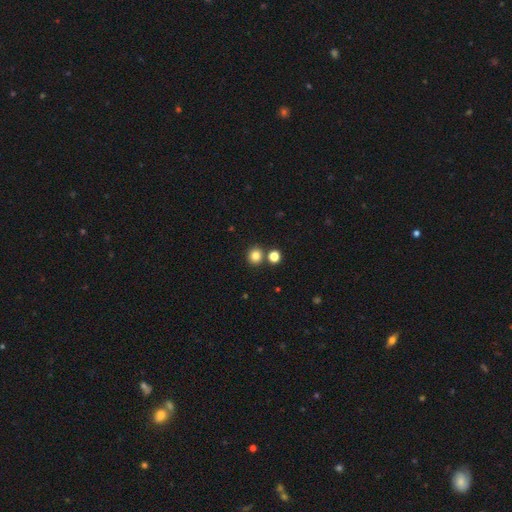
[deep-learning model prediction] The model was most divided on "merging": none: 78%, merger: 13%, minor disturbance: 7%, major disturbance: 2%. More confident: how rounded — round (87%); smooth or featured — smooth (82%).